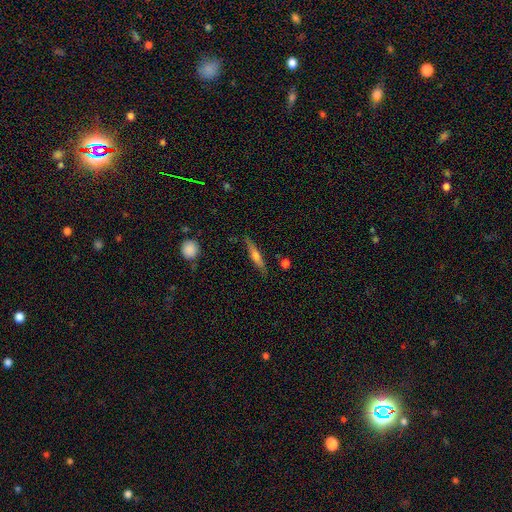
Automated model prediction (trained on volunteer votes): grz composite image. It shows a featured or disk galaxy (49%). Merging: none (84%).